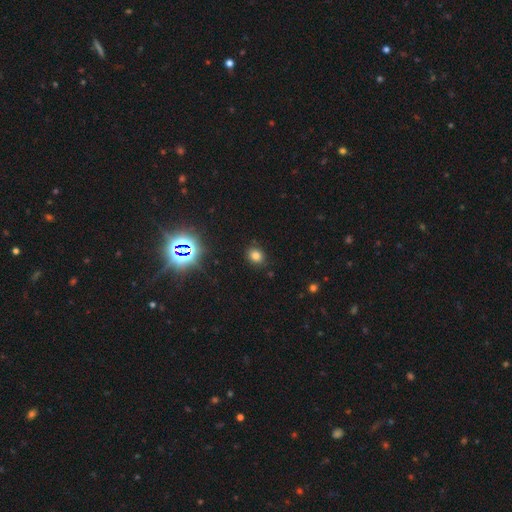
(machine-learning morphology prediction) This is likely a smooth galaxy (74%). How rounded: possibly round (55%). Merging: clearly none (85%).